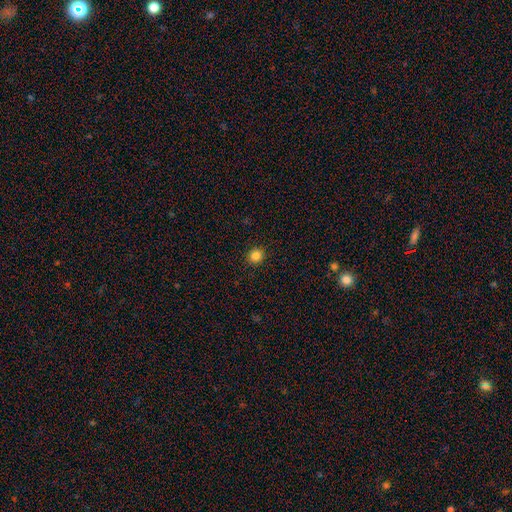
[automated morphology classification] Smooth or featured? smooth (84%)
How rounded? round (88%)
Merging? none (92%)